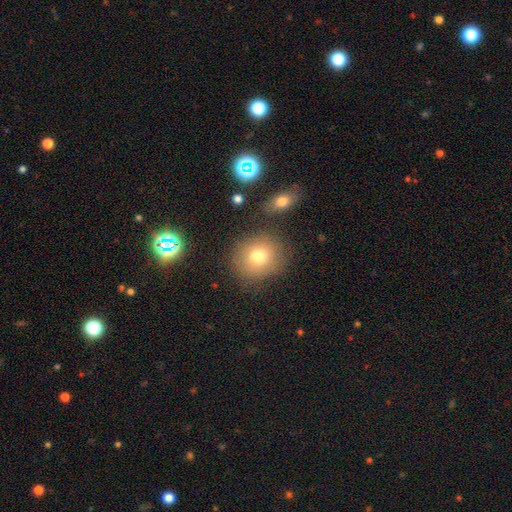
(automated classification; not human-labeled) Q: Smooth or featured?
A: smooth (75%); runner-up: star or artifact (13%)
Q: How rounded?
A: round (82%); runner-up: in between (17%)
Q: Merging?
A: none (81%); runner-up: minor disturbance (11%)